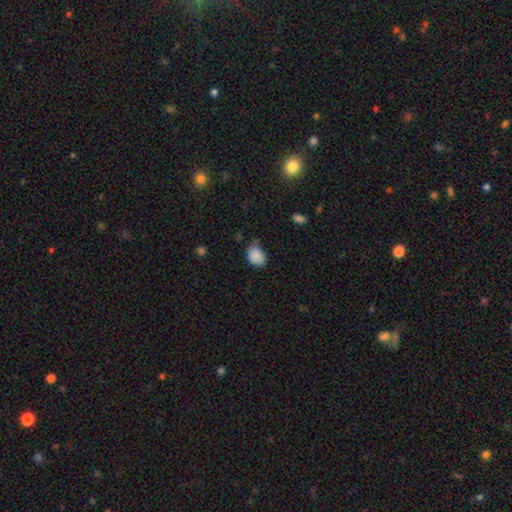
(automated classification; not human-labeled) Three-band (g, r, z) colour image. It shows a smooth galaxy with no disk features (87%) that is in between round and cigar-shaped (69%). Merging: none (57%).